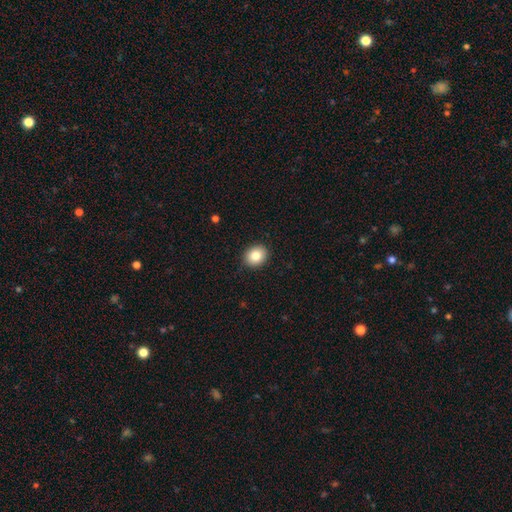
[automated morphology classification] Overall: smooth (84%). How rounded: round (60%; in between 39%). Merging: none (89%).